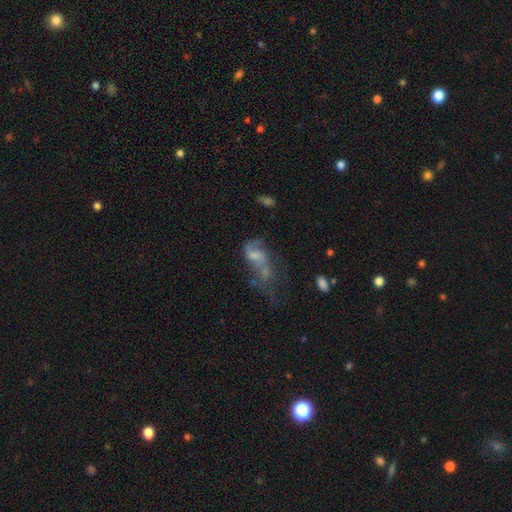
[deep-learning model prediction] Smooth or featured? Predicted: featured or disk (p=0.54). Edge-on disk? Predicted: no (p=0.96). Bar? Predicted: no (p=0.66). Spiral arms? Predicted: yes (p=0.56). Bulge size? Predicted: small (p=0.35). Merging? Predicted: merger (p=0.35, tied with major disturbance).